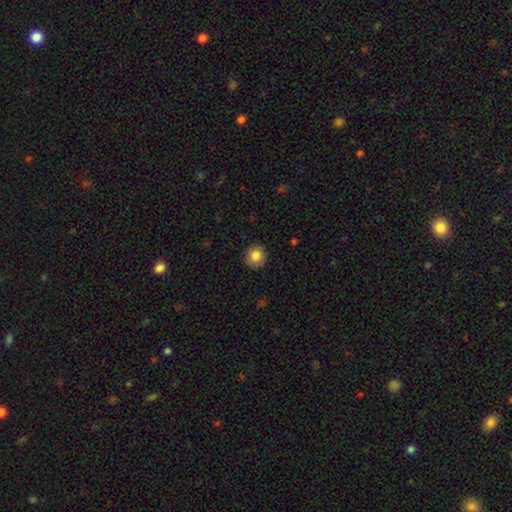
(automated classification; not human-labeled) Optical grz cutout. It shows a smooth galaxy with no disk features (85%) that is round (92%). Merging: none (90%).